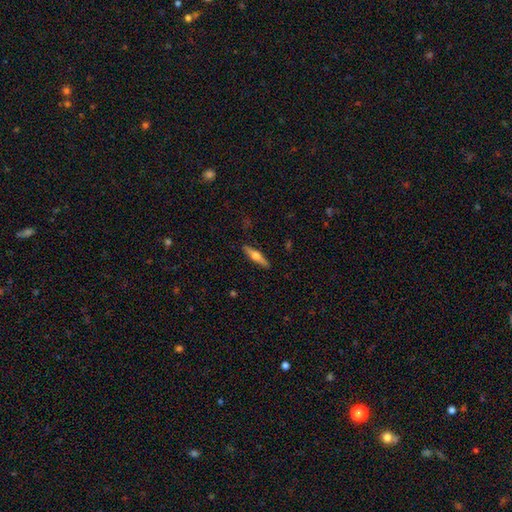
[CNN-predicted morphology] type=featured or disk (61%); edge-on=yes (96%); edge-on bulge=rounded (94%); merging=none (90%).